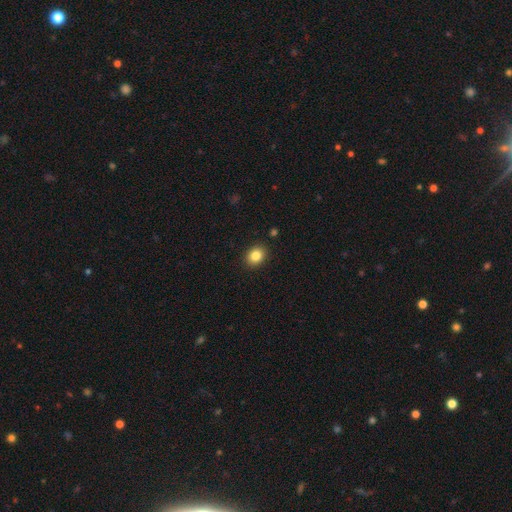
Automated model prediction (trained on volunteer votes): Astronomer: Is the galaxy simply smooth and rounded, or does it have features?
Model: smooth — 85%.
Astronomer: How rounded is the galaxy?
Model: round — 51% (runner-up: in between, 48%).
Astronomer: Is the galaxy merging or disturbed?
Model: none — 90%.